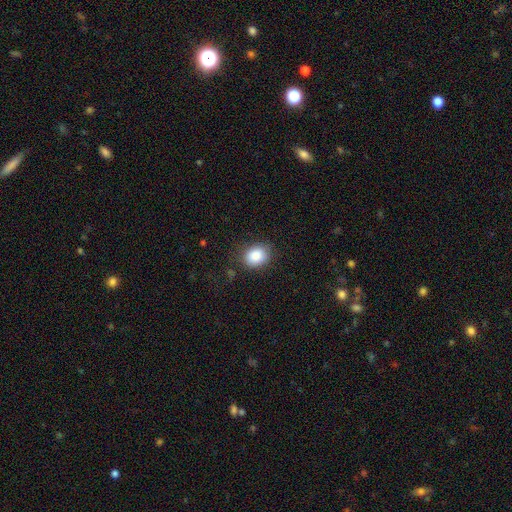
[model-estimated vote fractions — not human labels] Smooth or featured?
  - smooth: 85% *
  - star or artifact: 9%
  - featured or disk: 6%
How rounded?
  - in between: 53% *
  - round: 46%
  - cigar-shaped: 1%
Merging?
  - none: 77% *
  - minor disturbance: 16%
  - major disturbance: 5%
  - merger: 2%